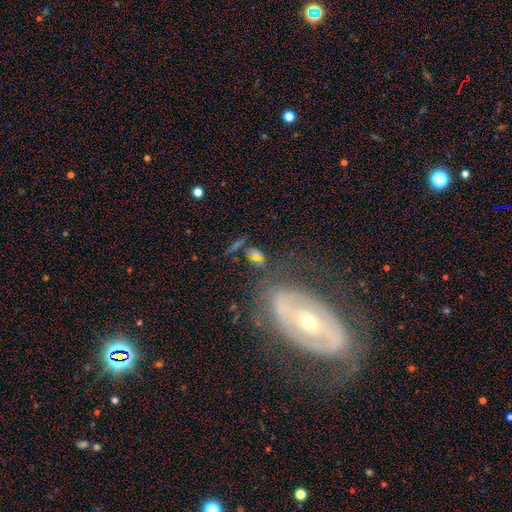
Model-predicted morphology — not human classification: This appears to be a smooth galaxy with no disk features (45%). Merging: none (53%).